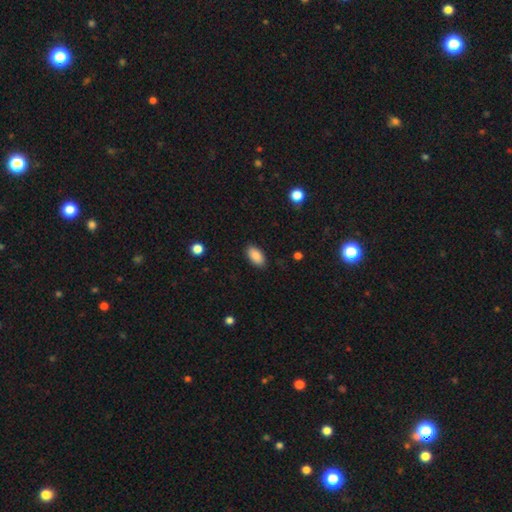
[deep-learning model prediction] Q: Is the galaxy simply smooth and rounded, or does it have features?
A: smooth — 88%.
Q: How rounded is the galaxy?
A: in between — 94%.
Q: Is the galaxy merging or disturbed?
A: none — 88%.